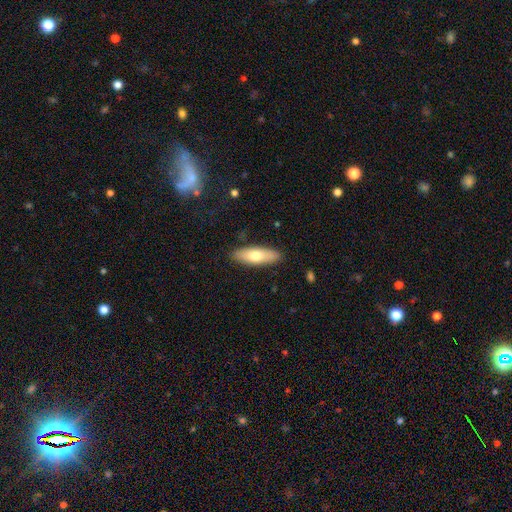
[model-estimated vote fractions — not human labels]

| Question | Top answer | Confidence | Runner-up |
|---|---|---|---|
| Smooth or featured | smooth | 69% | featured or disk (25%) |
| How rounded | in between | 57% | cigar-shaped (41%) |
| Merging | none | 87% | minor disturbance (9%) |